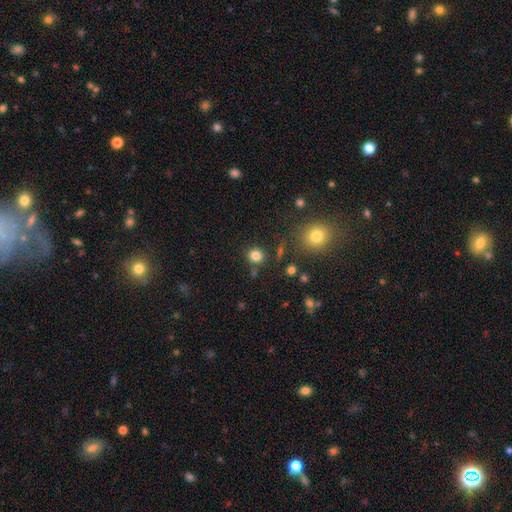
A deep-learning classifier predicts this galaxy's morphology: Smooth or featured? Predicted: smooth (p=0.82). How rounded? Predicted: round (p=0.87). Merging? Predicted: none (p=0.83).